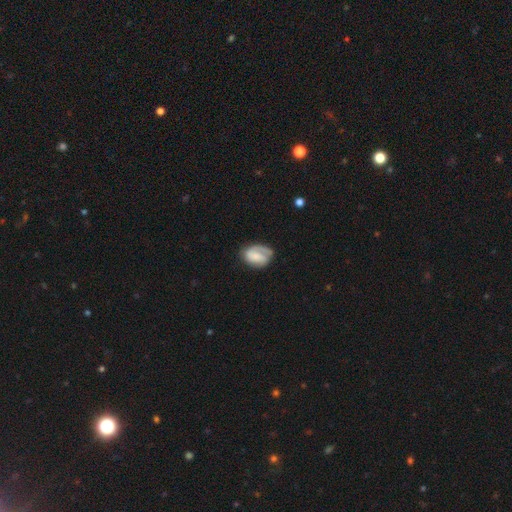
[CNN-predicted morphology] Smooth or featured?
  - smooth: 56% *
  - featured or disk: 37%
  - star or artifact: 7%
How rounded?
  - in between: 79% *
  - round: 19%
  - cigar-shaped: 1%
Merging?
  - none: 53% *
  - minor disturbance: 29%
  - major disturbance: 16%
  - merger: 2%